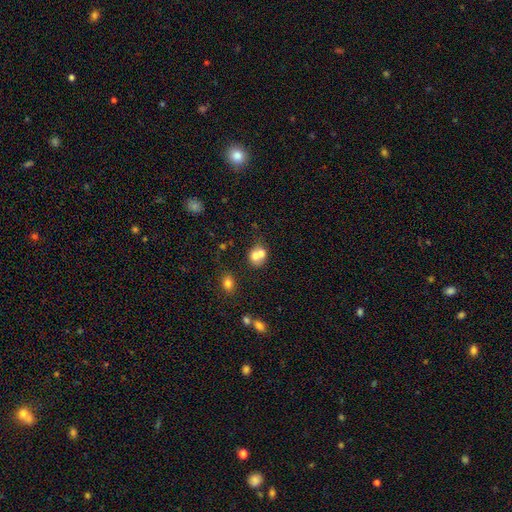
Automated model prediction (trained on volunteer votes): Overall: smooth (69%). How rounded: round (66%; in between 33%). Merging: merger (60%; none 29%).